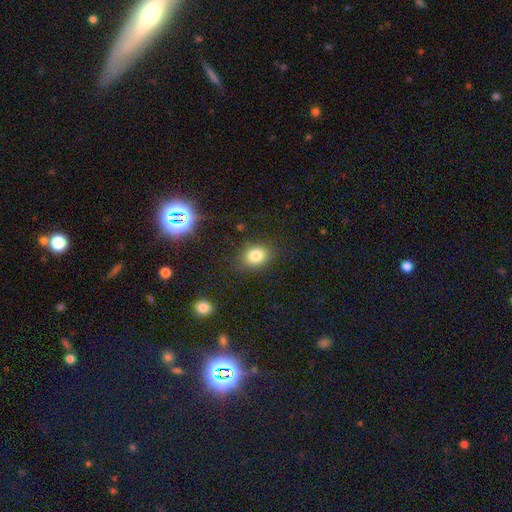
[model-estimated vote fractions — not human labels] Smooth or featured?
  - smooth: 81% *
  - star or artifact: 12%
  - featured or disk: 7%
How rounded?
  - in between: 56% *
  - round: 42%
  - cigar-shaped: 1%
Merging?
  - none: 82% *
  - minor disturbance: 12%
  - major disturbance: 4%
  - merger: 2%